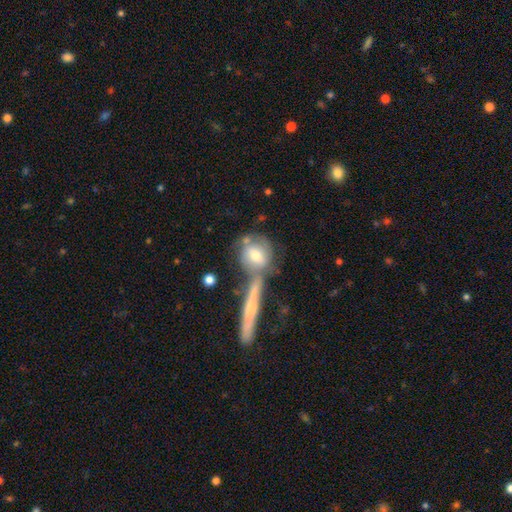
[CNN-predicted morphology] Smooth or featured? smooth (54%)
How rounded? round (72%)
Merging? none (44%)